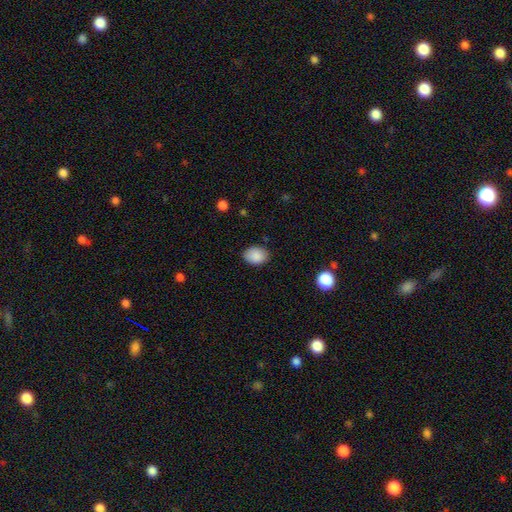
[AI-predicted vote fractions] This appears to be a smooth galaxy with no disk features (89%) that is in between round and cigar-shaped (73%). Merging: none (85%).